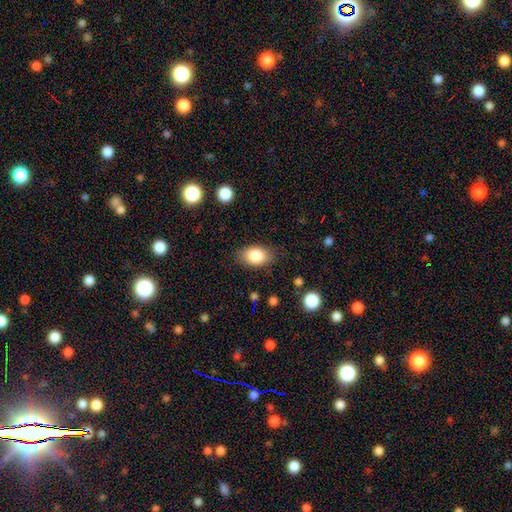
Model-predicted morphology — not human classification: Overall: smooth (84%). How rounded: in between (86%). Merging: none (82%).